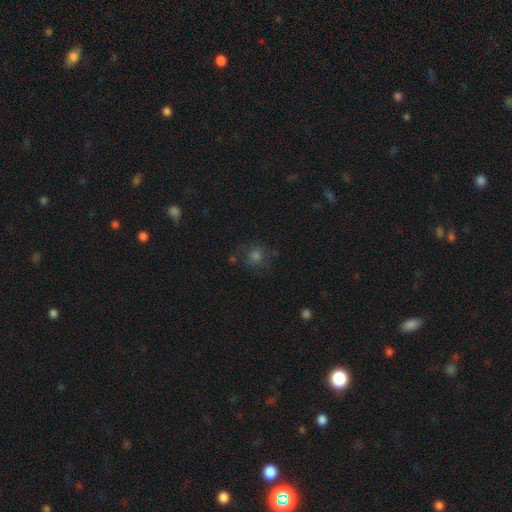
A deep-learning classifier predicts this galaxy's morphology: smooth_or_featured: smooth (p=0.59) [alt: star or artifact p=0.26]
how_rounded: round (p=0.84) [alt: in between p=0.15]
merging: none (p=0.73) [alt: minor disturbance p=0.16]